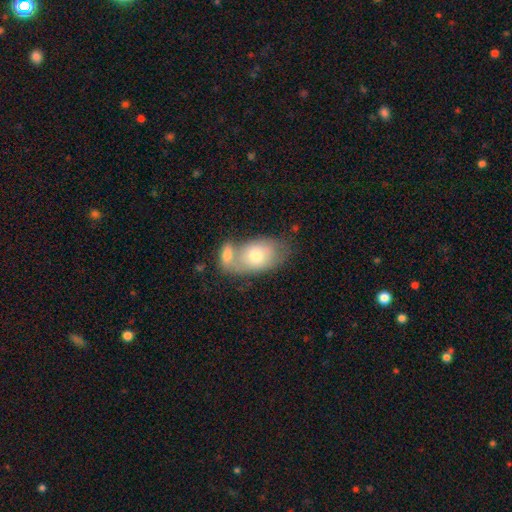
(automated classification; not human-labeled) Overall: smooth (66%; featured or disk 27%). How rounded: in between (87%). Merging: merger (52%; none 30%).